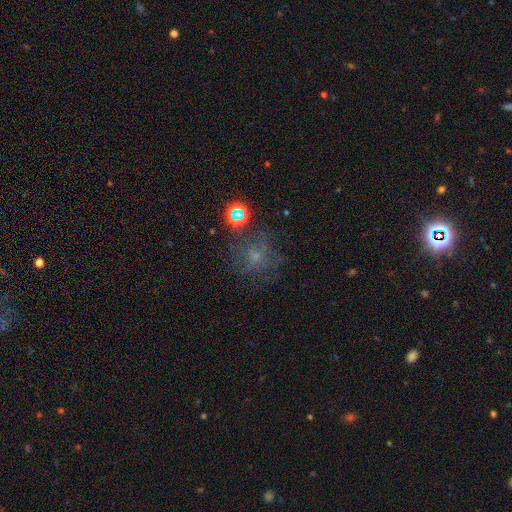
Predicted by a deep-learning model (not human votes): Smooth or featured? Predicted: smooth (p=0.37). Merging? Predicted: none (p=0.62).